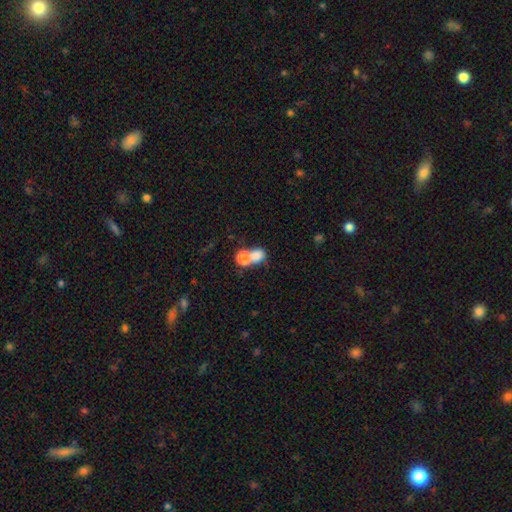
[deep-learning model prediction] Smooth or featured?
  - smooth: 77% *
  - star or artifact: 11%
  - featured or disk: 11%
How rounded?
  - round: 65% *
  - in between: 34%
  - cigar-shaped: 1%
Merging?
  - merger: 62% *
  - none: 27%
  - minor disturbance: 6%
  - major disturbance: 5%